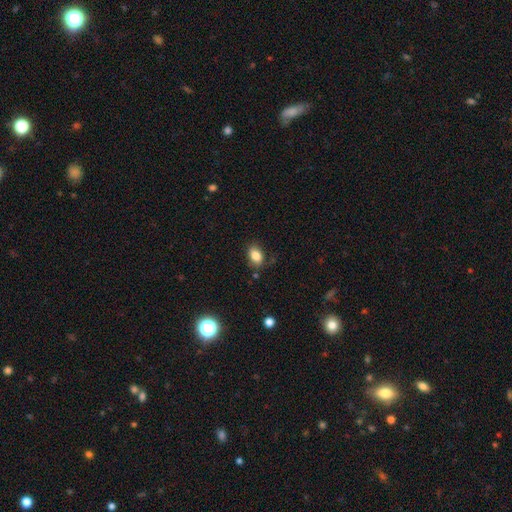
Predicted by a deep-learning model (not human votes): This appears to be a smooth galaxy with no disk features (84%) that is in between round and cigar-shaped (81%). Merging: none (78%).